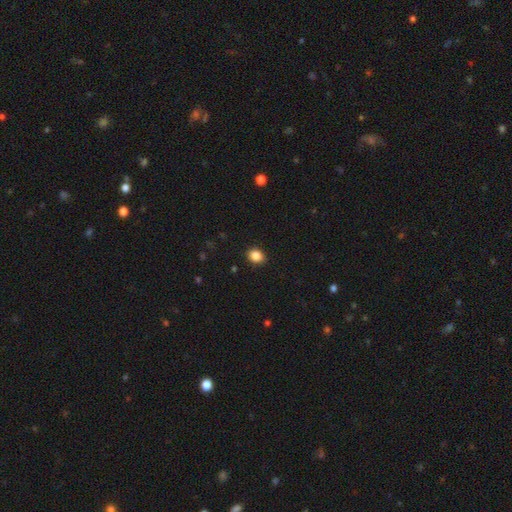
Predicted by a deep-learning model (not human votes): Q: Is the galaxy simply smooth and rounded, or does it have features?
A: smooth — 87%.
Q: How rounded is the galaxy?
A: round — 54%.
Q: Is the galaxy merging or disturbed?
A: none — 89%.